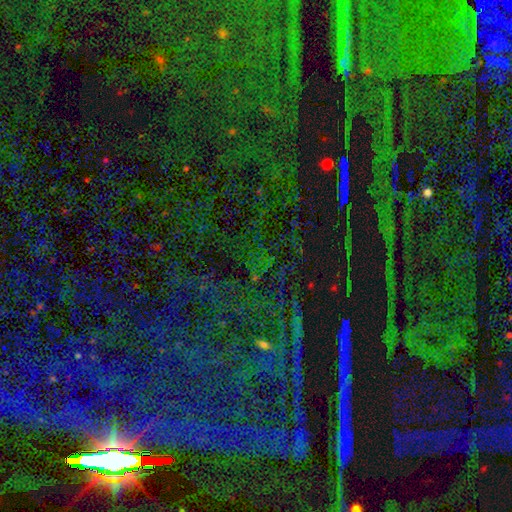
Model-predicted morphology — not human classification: The model was most divided on "smooth or featured": star or artifact: 76%, smooth: 14%, featured or disk: 10%.